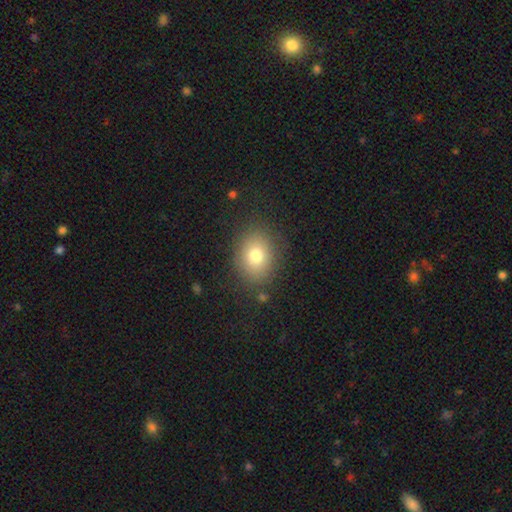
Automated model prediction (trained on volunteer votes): smooth_or_featured: smooth (p=0.77) [alt: star or artifact p=0.12]
how_rounded: round (p=0.51) [alt: in between p=0.48]
merging: none (p=0.84) [alt: minor disturbance p=0.11]